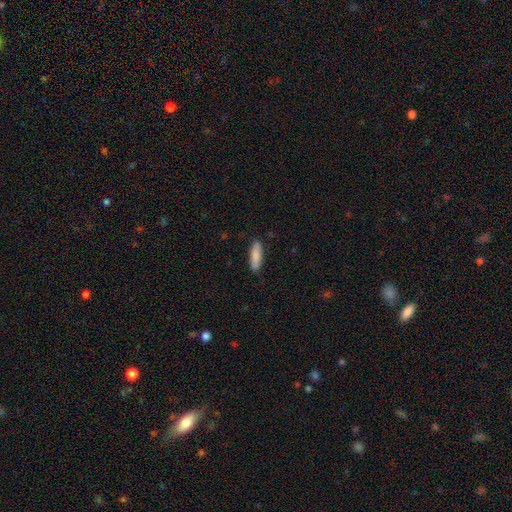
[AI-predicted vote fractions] Overall: smooth (85%). How rounded: cigar-shaped (56%; in between 42%). Merging: none (85%).